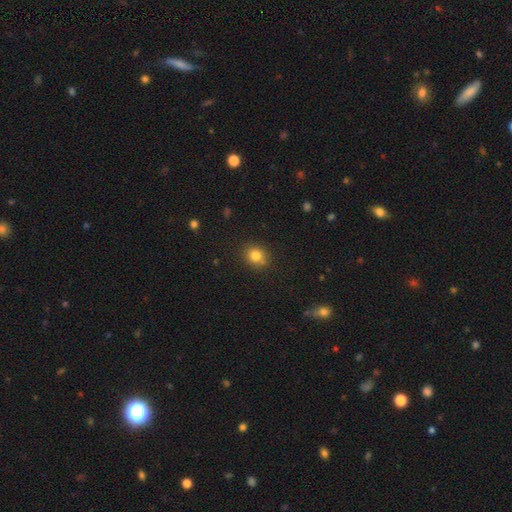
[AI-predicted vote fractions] Smooth or featured: smooth — 82% (star or artifact — 12%)
How rounded: round — 72% (in between — 27%)
Merging: none — 82% (minor disturbance — 12%)